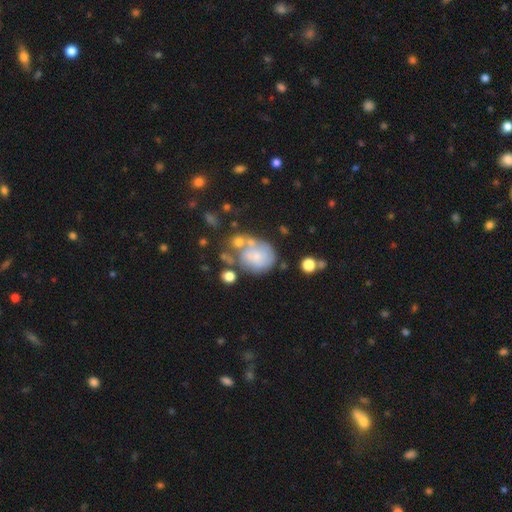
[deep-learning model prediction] Smooth or featured?
  - smooth: 51% *
  - featured or disk: 39%
  - star or artifact: 10%
How rounded?
  - round: 68% *
  - in between: 31%
  - cigar-shaped: 1%
Merging?
  - none: 36% *
  - merger: 23%
  - minor disturbance: 23%
  - major disturbance: 18%